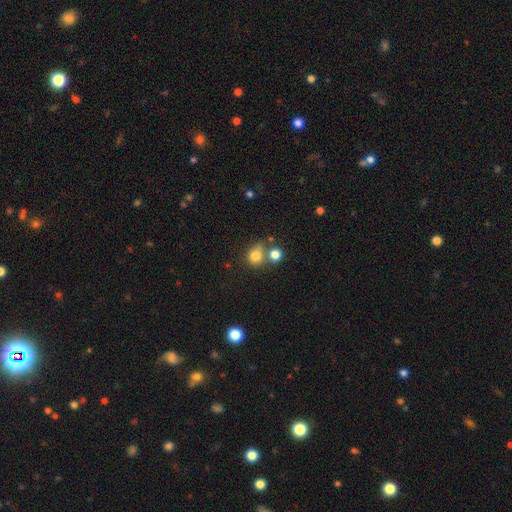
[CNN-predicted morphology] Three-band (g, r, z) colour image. It shows a smooth galaxy with no disk features (79%) that is round (78%). Merging: none (53%).